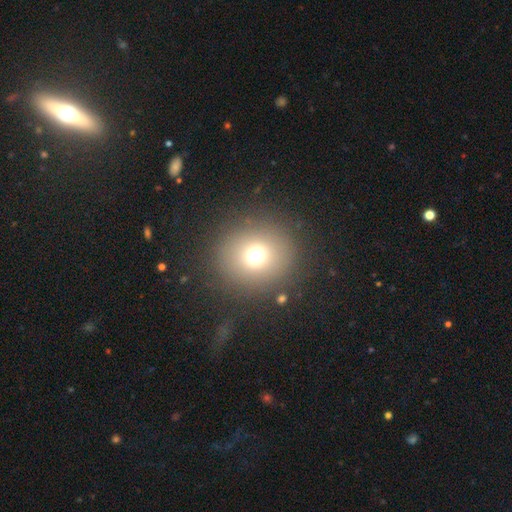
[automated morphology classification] Smooth or featured?
  - smooth: 69% *
  - star or artifact: 21%
  - featured or disk: 10%
How rounded?
  - round: 91% *
  - in between: 8%
  - cigar-shaped: 1%
Merging?
  - none: 86% *
  - minor disturbance: 7%
  - major disturbance: 5%
  - merger: 2%